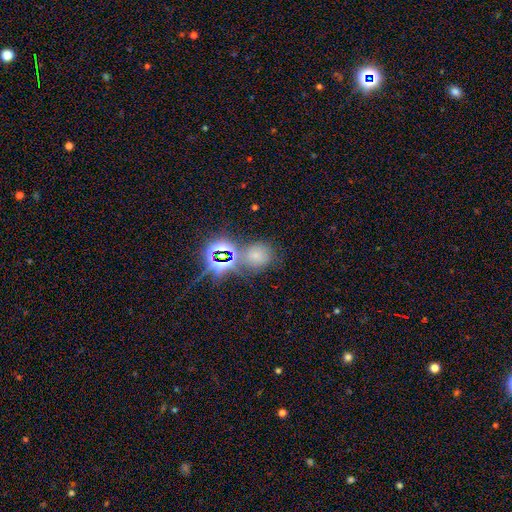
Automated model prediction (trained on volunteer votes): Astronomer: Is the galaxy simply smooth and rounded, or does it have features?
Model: smooth — 47% (runner-up: star or artifact, 42%).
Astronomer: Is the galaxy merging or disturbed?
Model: none — 62%.